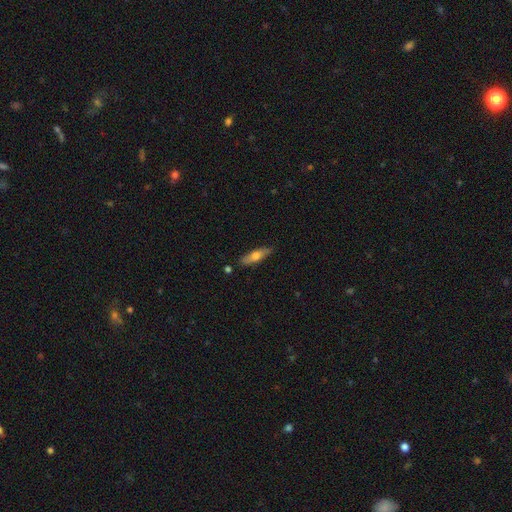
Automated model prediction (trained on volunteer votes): smooth 58%, featured or disk 36%, star or artifact 6%. Down the decision tree: how rounded — cigar-shaped (62%); merging — none (82%).